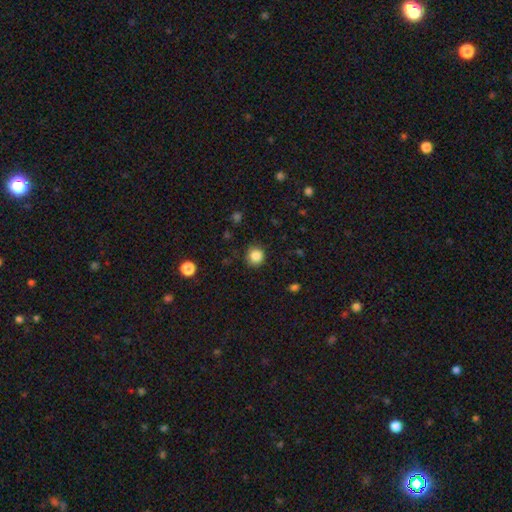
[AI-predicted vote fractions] A smooth galaxy with no disk features (85%) that is round (90%). Merging: none (86%).